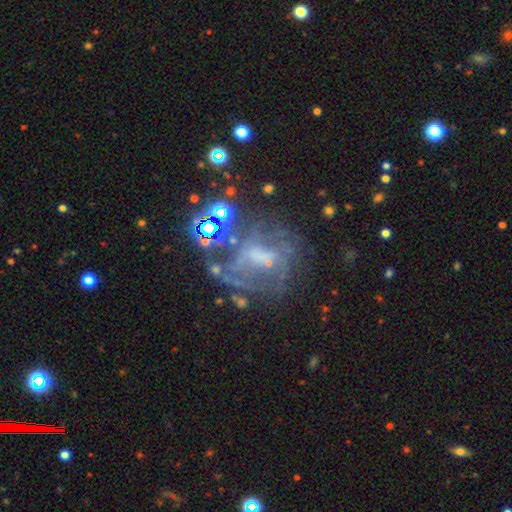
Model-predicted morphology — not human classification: This appears to be a featured or disk galaxy (62%) with no bar (55%), spiral arms (53%) and no central bulge (43%). Merging: none (47%).